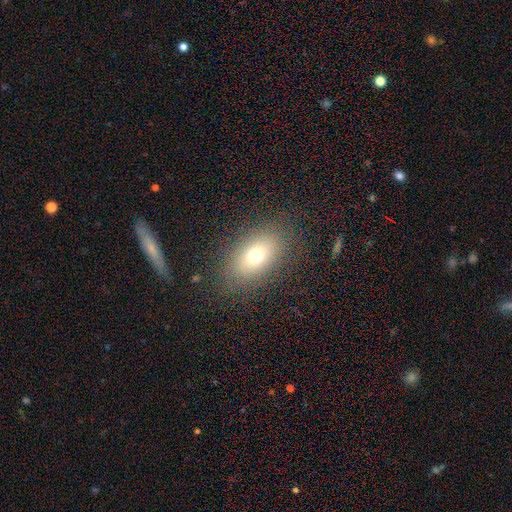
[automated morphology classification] A smooth galaxy with no disk features (71%) that is in between round and cigar-shaped (83%).

Vote fractions:
- Smooth or featured? smooth: 71% / featured or disk: 17% / star or artifact: 13%
- How rounded? in between: 83% / round: 15% / cigar-shaped: 2%
- Merging? none: 84% / minor disturbance: 10% / major disturbance: 5% / merger: 1%